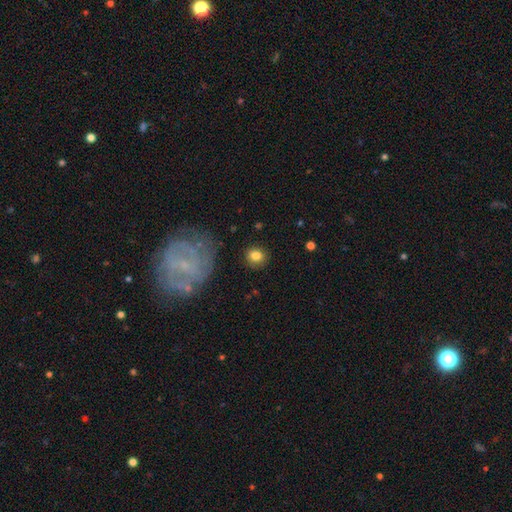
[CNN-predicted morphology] Smooth or featured? smooth (82%)
How rounded? round (83%)
Merging? none (87%)